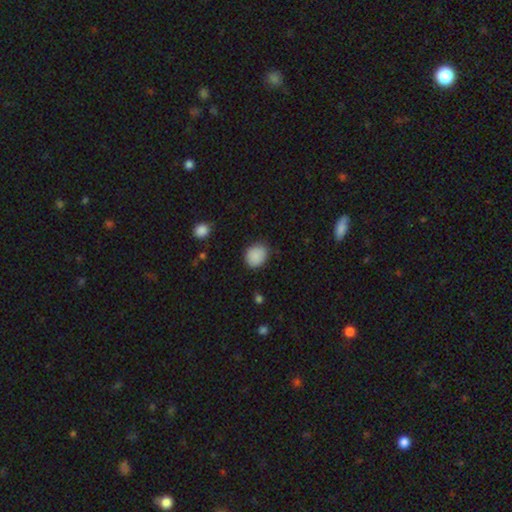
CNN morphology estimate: Q: Smooth or featured?
A: smooth (88%); runner-up: star or artifact (8%)
Q: How rounded?
A: round (64%); runner-up: in between (36%)
Q: Merging?
A: none (82%); runner-up: minor disturbance (14%)